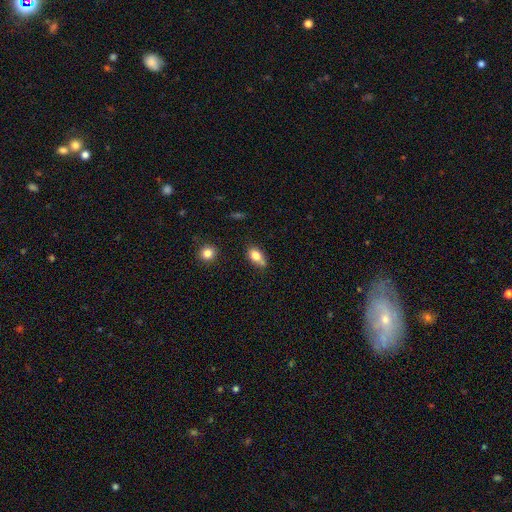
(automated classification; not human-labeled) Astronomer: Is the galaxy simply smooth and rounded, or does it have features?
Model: smooth — 79%.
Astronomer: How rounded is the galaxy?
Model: in between — 75%.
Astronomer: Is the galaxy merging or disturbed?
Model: none — 51%.